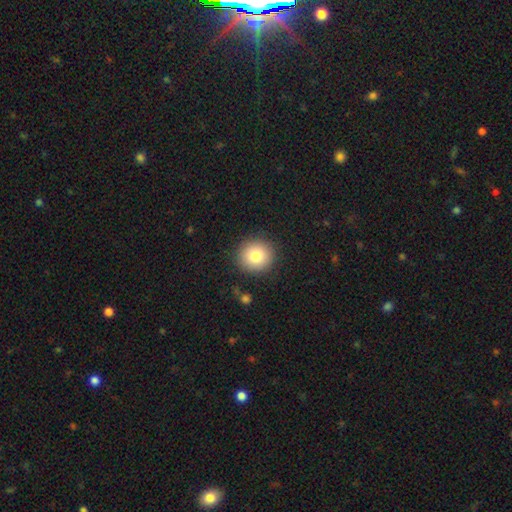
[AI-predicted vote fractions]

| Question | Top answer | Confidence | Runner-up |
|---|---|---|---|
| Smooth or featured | smooth | 81% | star or artifact (10%) |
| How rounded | round | 90% | in between (9%) |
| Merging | none | 89% | minor disturbance (7%) |